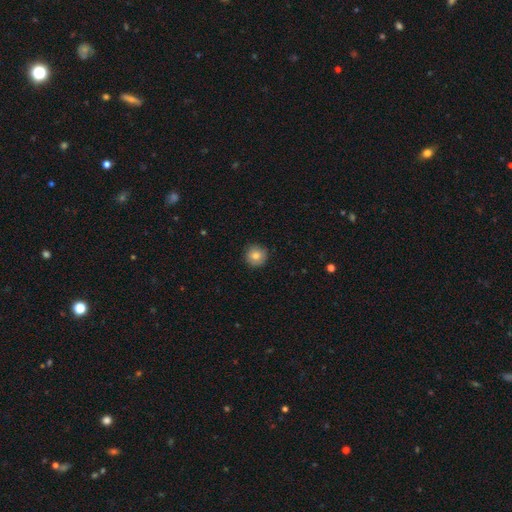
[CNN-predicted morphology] This appears to be a smooth galaxy with no disk features (82%) that is round (95%). Merging: none (90%).